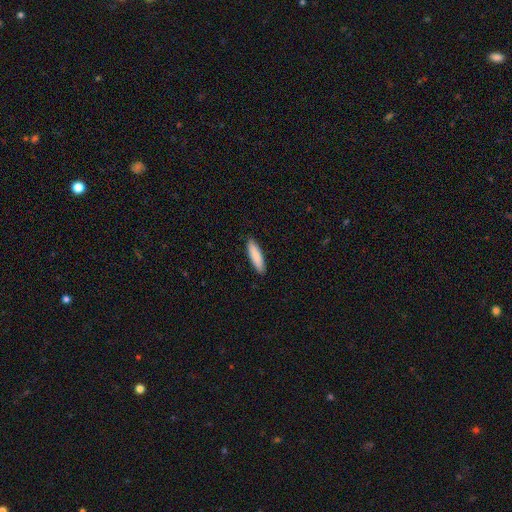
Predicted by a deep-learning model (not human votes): A smooth galaxy with no disk features (87%) that is cigar-shaped (71%). Merging: none (90%).